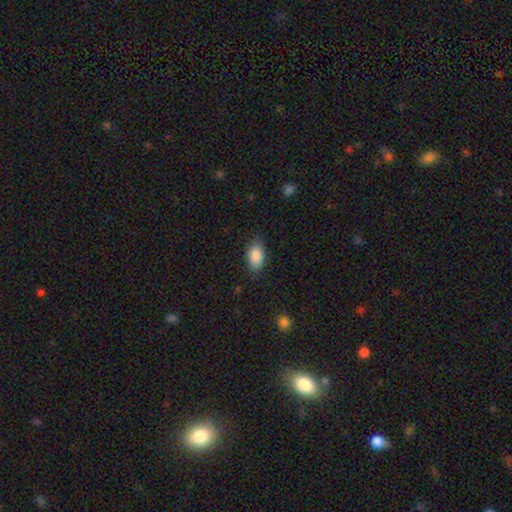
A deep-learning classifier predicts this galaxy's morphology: The model was most divided on "merging": none: 83%, minor disturbance: 13%, major disturbance: 3%, merger: 1%. More confident: how rounded — in between (92%); smooth or featured — smooth (89%).